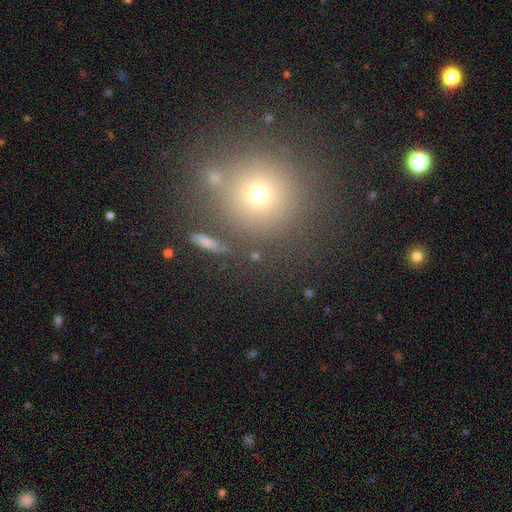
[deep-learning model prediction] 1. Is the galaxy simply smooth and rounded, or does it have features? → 59% smooth, 27% star or artifact, 14% featured or disk.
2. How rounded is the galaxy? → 83% round, 12% in between, 5% cigar-shaped.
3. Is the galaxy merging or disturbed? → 78% none, 9% minor disturbance, 8% merger, 5% major disturbance.